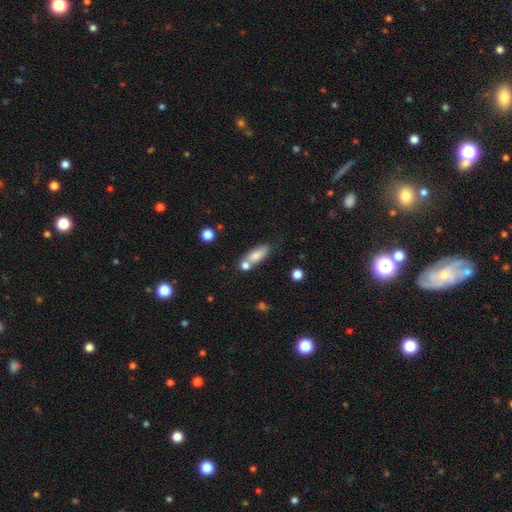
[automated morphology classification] Smooth or featured? smooth (77%)
How rounded? in between (62%)
Merging? none (51%)